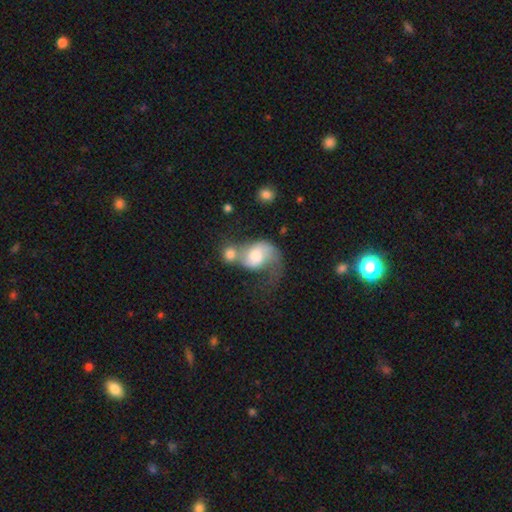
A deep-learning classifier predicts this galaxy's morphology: smooth_or_featured: featured or disk (p=0.55) [alt: smooth p=0.37]
disk_edge_on: no (p=0.97) [alt: yes p=0.03]
bar: no (p=0.61) [alt: weak p=0.32]
has_spiral_arms: yes (p=0.82) [alt: no p=0.18]
bulge_size: moderate (p=0.45) [alt: large p=0.31]
merging: merger (p=0.52) [alt: major disturbance p=0.22]